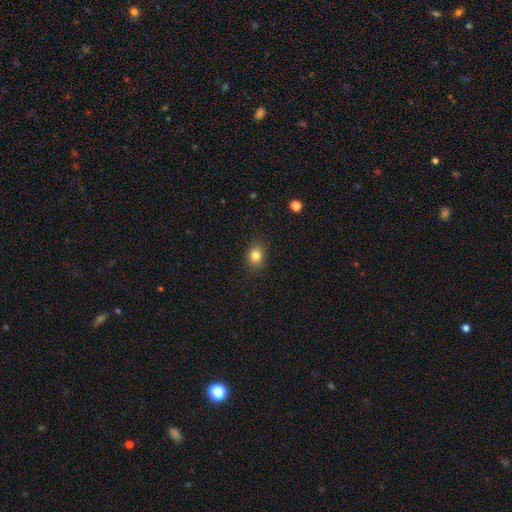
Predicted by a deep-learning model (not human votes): This is clearly a smooth galaxy (82%). How rounded: possibly round (54%). Merging: clearly none (87%).